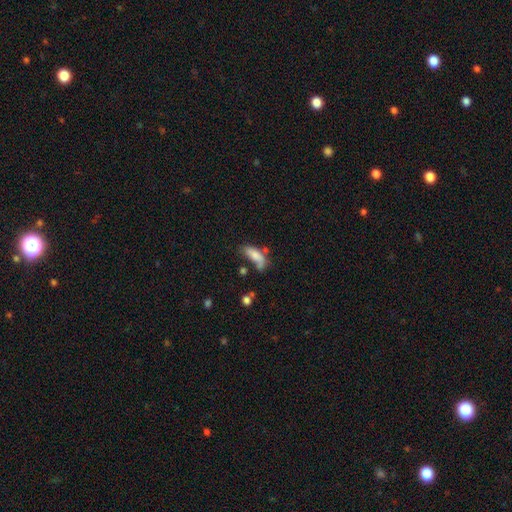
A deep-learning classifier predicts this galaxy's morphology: type=smooth (75%); roundness=in between (72%); merging=none (35%).